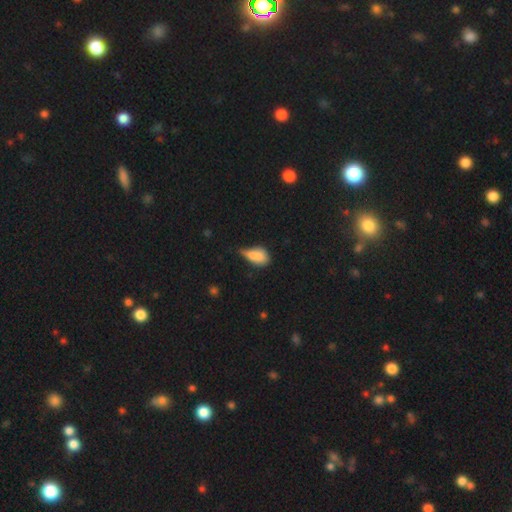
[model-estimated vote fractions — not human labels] Smooth or featured: smooth — 76% (featured or disk — 14%)
How rounded: in between — 82% (round — 10%)
Merging: minor disturbance — 45% (none — 26%)